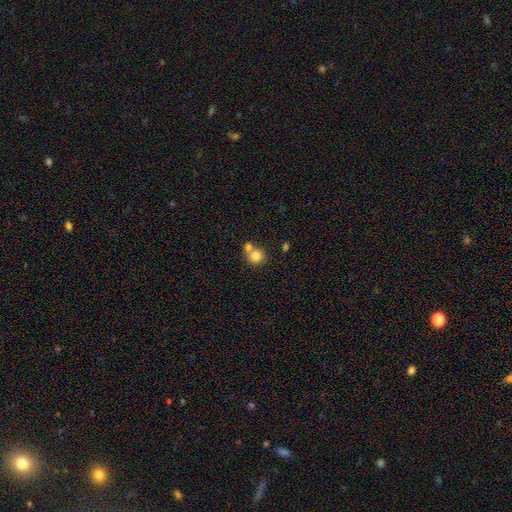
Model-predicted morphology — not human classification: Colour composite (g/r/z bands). It shows a smooth galaxy with no disk features (80%) that is round (88%). Merging: none (49%).